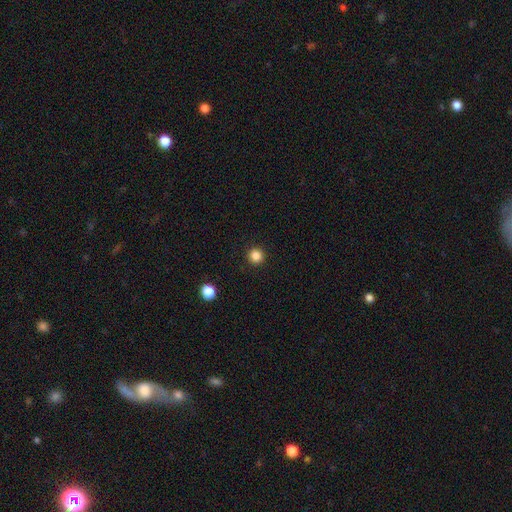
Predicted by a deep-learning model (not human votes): Overall: smooth (85%). How rounded: round (95%). Merging: none (93%).